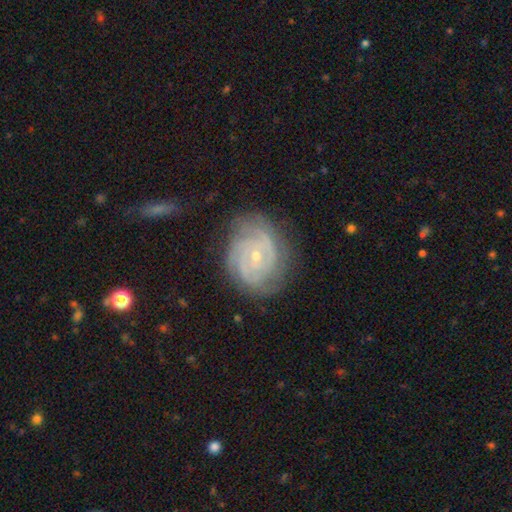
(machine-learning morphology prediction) A featured or disk galaxy (86%) with no bar (72%), 3 (26%) tight (77%) spiral arms (97%) and a small central bulge (74%).

Vote fractions:
- Smooth or featured? featured or disk: 86% / smooth: 8% / star or artifact: 6%
- Edge-on disk? no: 97% / yes: 3%
- Bar? no: 72% / weak: 22% / strong: 6%
- Spiral arms? yes: 97% / no: 3%
- Spiral winding? tight: 77% / medium: 19% / loose: 4%
- Spiral arm count? 3: 26% / 2: 24% / can't tell: 23% / 4: 14% / more than 4: 6% / 1: 6%
- Bulge size? small: 74% / moderate: 23% / none: 1% / large: 1% / dominant: 1%
- Merging? none: 75% / minor disturbance: 17% / major disturbance: 6% / merger: 1%